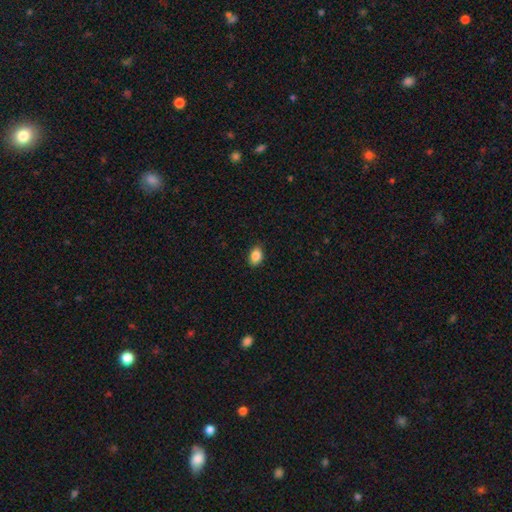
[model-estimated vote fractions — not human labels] Q: Smooth or featured?
A: smooth (88%); runner-up: star or artifact (8%)
Q: How rounded?
A: in between (81%); runner-up: round (18%)
Q: Merging?
A: none (87%); runner-up: minor disturbance (10%)